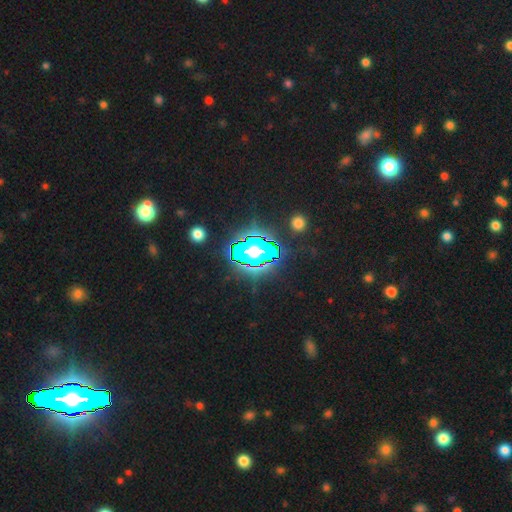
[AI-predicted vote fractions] The model was most divided on "smooth or featured": star or artifact: 79%, smooth: 13%, featured or disk: 8%.